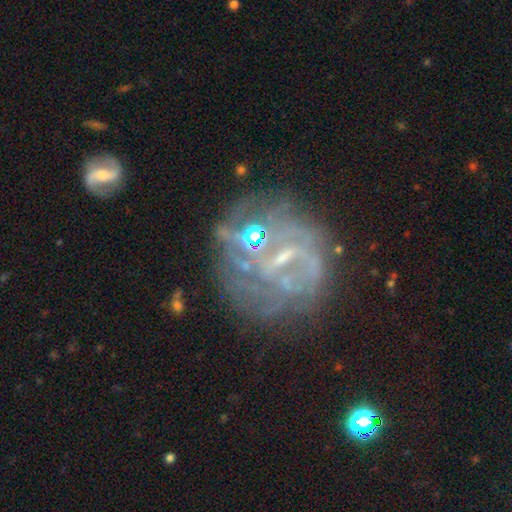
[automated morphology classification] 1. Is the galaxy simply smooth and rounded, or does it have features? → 71% featured or disk, 16% star or artifact, 13% smooth.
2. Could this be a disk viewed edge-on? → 97% no, 3% yes.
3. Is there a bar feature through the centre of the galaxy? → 40% weak (tied), 40% no (tied), 20% strong.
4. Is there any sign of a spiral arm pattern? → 54% yes, 46% no.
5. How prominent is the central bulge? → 41% small, 32% none, 24% moderate, 2% large, 1% dominant.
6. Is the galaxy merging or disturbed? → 48% none, 24% major disturbance, 18% minor disturbance, 10% merger.